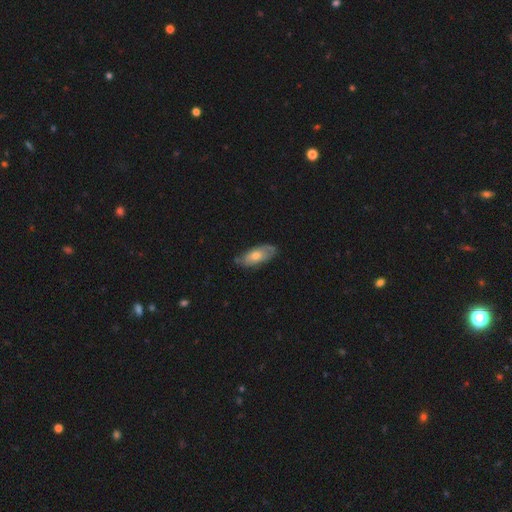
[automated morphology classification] This is possibly a smooth galaxy (51%). How rounded: clearly in between (83%). Merging: likely none (73%).